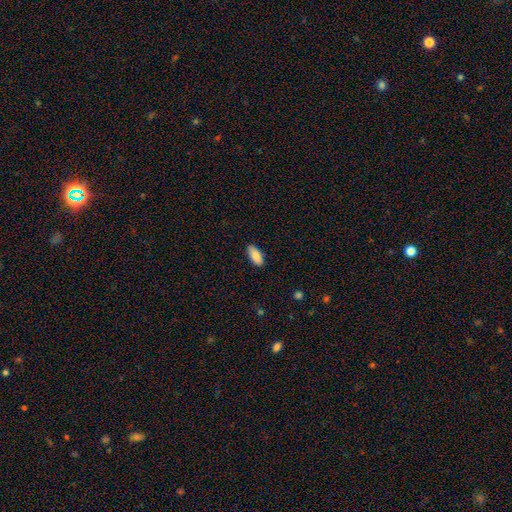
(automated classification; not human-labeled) Q: Smooth or featured?
A: smooth (86%); runner-up: featured or disk (8%)
Q: How rounded?
A: in between (88%); runner-up: cigar-shaped (10%)
Q: Merging?
A: none (88%); runner-up: minor disturbance (9%)